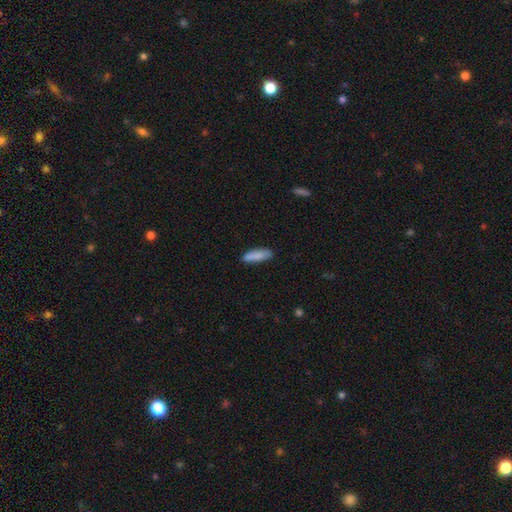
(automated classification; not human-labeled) A smooth galaxy with no disk features (86%) that is cigar-shaped (57%).

Vote fractions:
- Smooth or featured? smooth: 86% / featured or disk: 8% / star or artifact: 6%
- How rounded? cigar-shaped: 57% / in between: 41% / round: 2%
- Merging? none: 83% / minor disturbance: 13% / major disturbance: 2% / merger: 2%